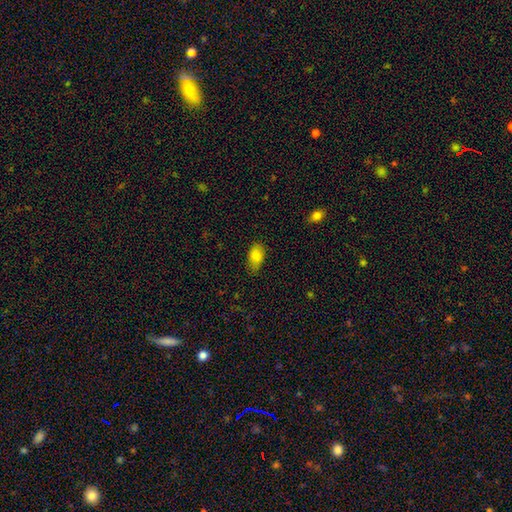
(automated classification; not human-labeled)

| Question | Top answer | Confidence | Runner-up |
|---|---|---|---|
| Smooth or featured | smooth | 84% | star or artifact (8%) |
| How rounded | in between | 91% | round (7%) |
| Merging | none | 75% | minor disturbance (20%) |